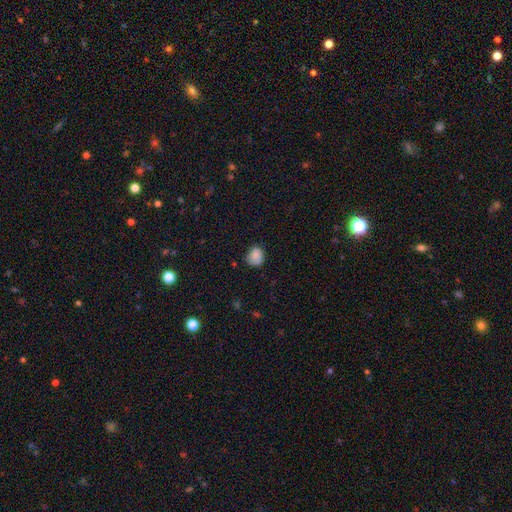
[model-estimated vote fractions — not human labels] Smooth or featured? Predicted: smooth (p=0.85). How rounded? Predicted: round (p=0.60). Merging? Predicted: none (p=0.64).